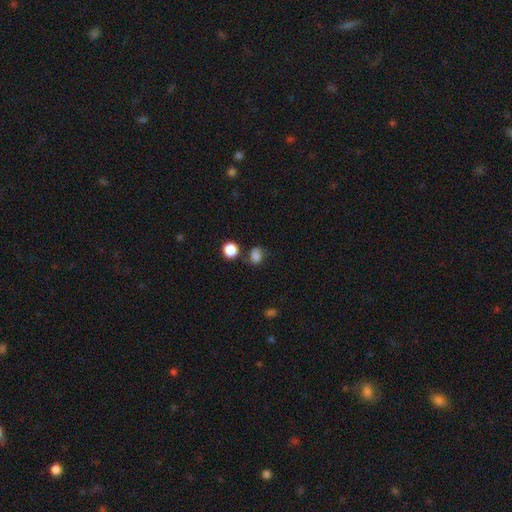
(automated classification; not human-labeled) smooth 81%, star or artifact 14%, featured or disk 5%. Down the decision tree: how rounded — round (55%); merging — none (67%).